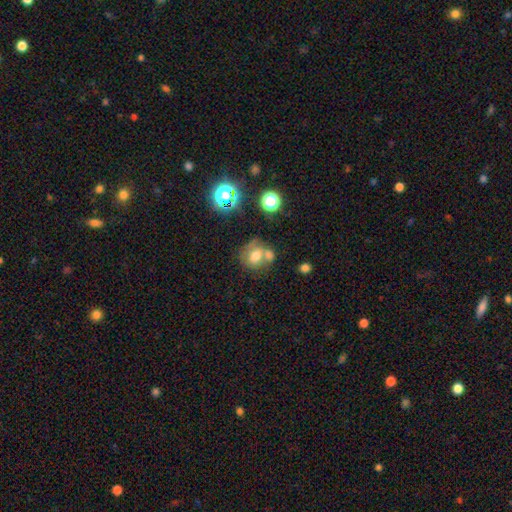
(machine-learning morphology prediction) smooth_or_featured: smooth (p=0.63) [alt: featured or disk p=0.20]
how_rounded: round (p=0.65) [alt: in between p=0.34]
merging: merger (p=0.47) [alt: none p=0.33]